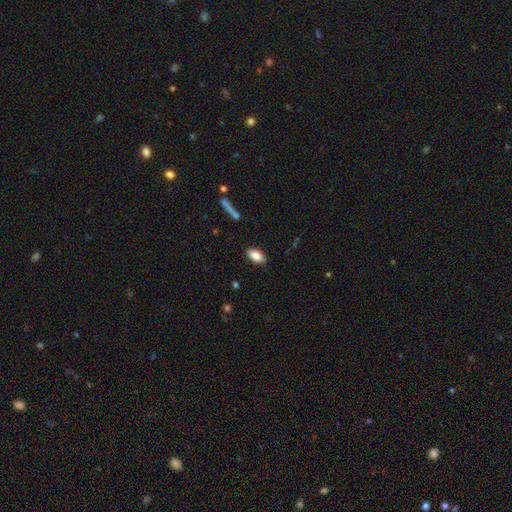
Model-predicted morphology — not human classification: A smooth galaxy with no disk features (84%) that is in between round and cigar-shaped (92%). Merging: none (88%).